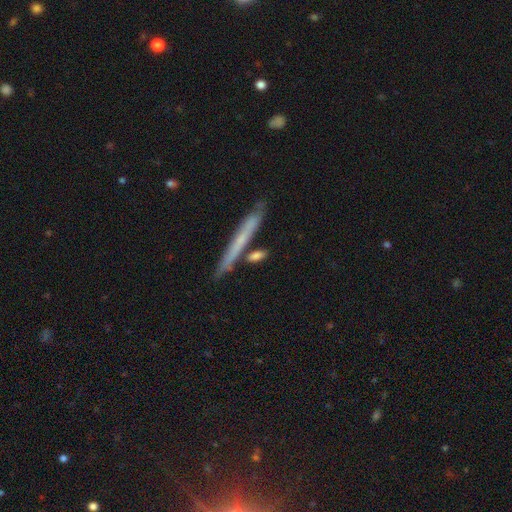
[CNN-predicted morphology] The model was most divided on "smooth or featured": smooth: 69%, featured or disk: 25%, star or artifact: 7%. More confident: how rounded — cigar-shaped (71%); merging — none (67%).